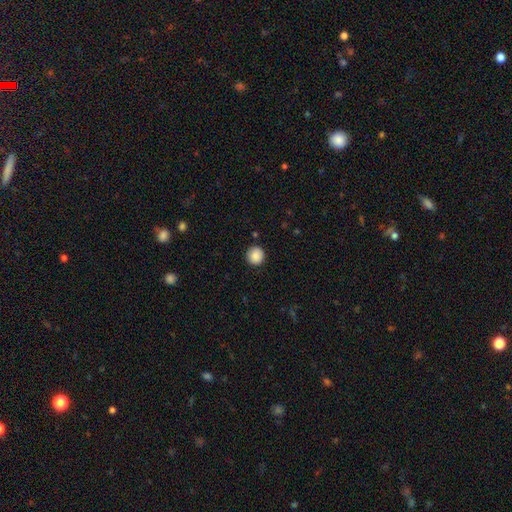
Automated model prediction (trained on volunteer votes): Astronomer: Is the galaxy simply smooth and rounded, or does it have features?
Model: smooth — 88%.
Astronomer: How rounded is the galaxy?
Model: round — 93%.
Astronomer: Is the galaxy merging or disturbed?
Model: none — 90%.